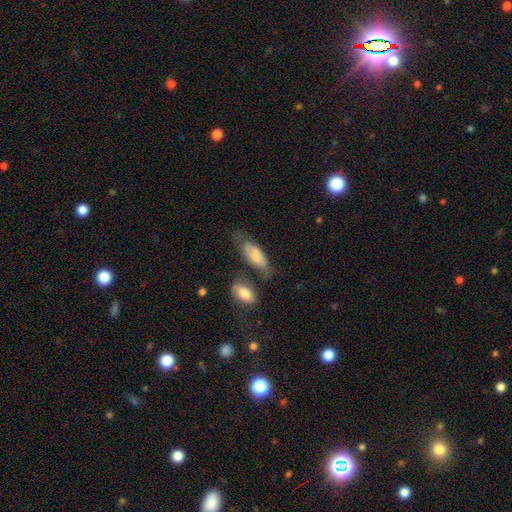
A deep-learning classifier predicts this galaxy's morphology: smooth_or_featured: smooth (p=0.71) [alt: featured or disk p=0.22]
how_rounded: in between (p=0.79) [alt: cigar-shaped p=0.19]
merging: none (p=0.44) [alt: minor disturbance p=0.27]